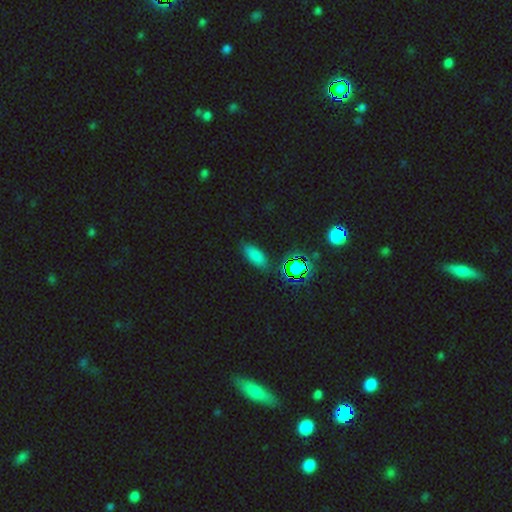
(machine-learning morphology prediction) smooth-or-featured: smooth: 67% | star or artifact: 26% | featured or disk: 7%
  how-rounded: in between: 80% | cigar-shaped: 15% | round: 4%
  merging: none: 83% | minor disturbance: 11% | major disturbance: 3% | merger: 2%